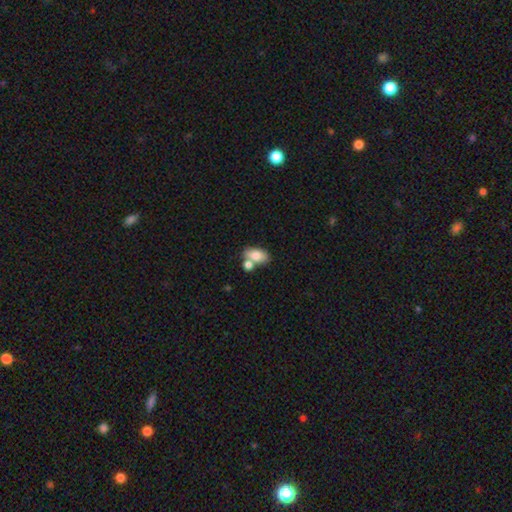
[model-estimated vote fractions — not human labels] Q: Smooth or featured?
A: smooth (78%); runner-up: featured or disk (15%)
Q: How rounded?
A: in between (88%); runner-up: round (10%)
Q: Merging?
A: none (48%); runner-up: merger (36%)